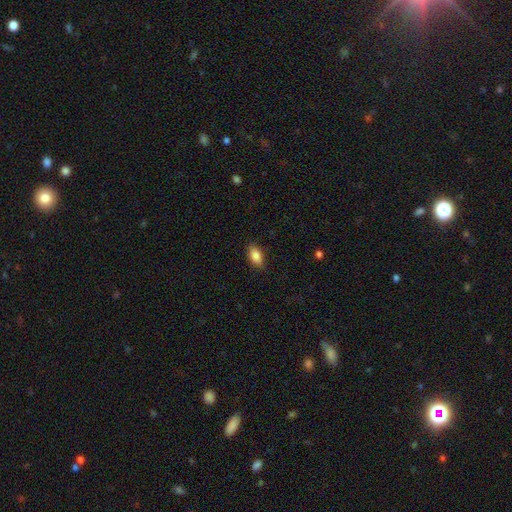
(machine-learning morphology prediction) Q: Smooth or featured?
A: smooth (85%); runner-up: star or artifact (8%)
Q: How rounded?
A: in between (88%); runner-up: round (8%)
Q: Merging?
A: none (85%); runner-up: minor disturbance (11%)